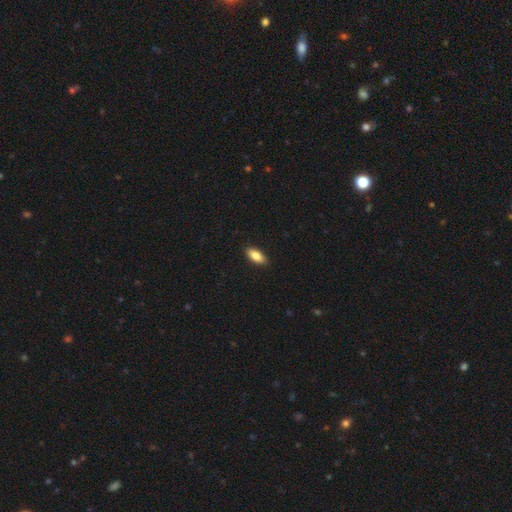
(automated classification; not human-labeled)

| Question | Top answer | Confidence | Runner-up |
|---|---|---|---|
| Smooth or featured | smooth | 85% | featured or disk (8%) |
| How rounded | in between | 85% | cigar-shaped (13%) |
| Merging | none | 89% | minor disturbance (9%) |